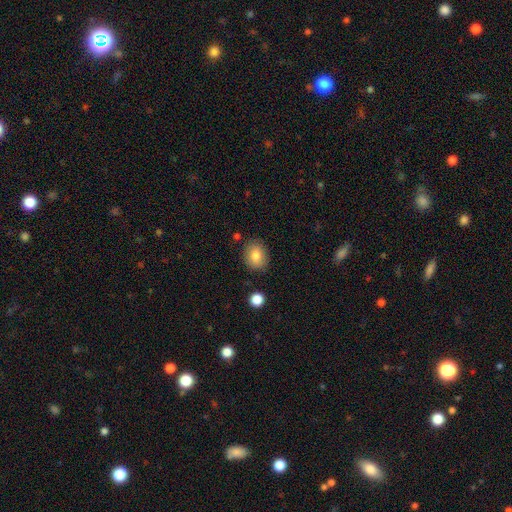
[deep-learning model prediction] Q: Smooth or featured?
A: smooth (83%); runner-up: featured or disk (9%)
Q: How rounded?
A: round (55%); runner-up: in between (44%)
Q: Merging?
A: none (83%); runner-up: minor disturbance (12%)